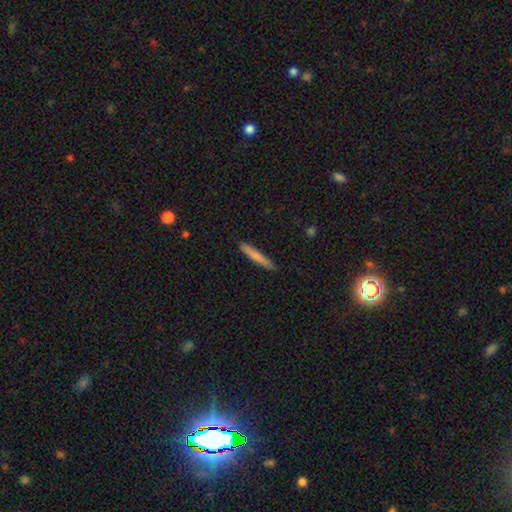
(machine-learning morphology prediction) Smooth or featured? smooth (74%)
How rounded? cigar-shaped (95%)
Merging? none (90%)